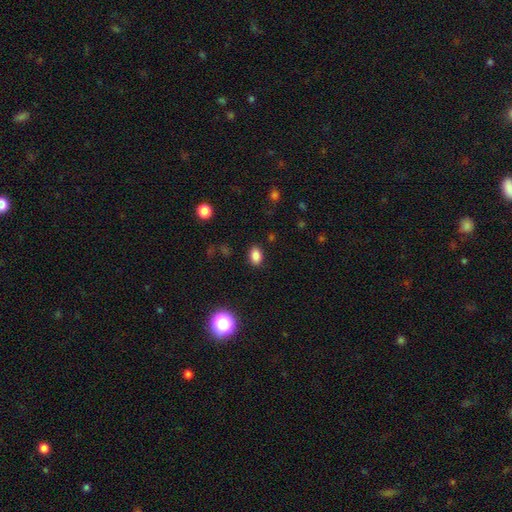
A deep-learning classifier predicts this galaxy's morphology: Smooth or featured: smooth — 84% (star or artifact — 12%)
How rounded: in between — 81% (round — 17%)
Merging: none — 87% (minor disturbance — 9%)